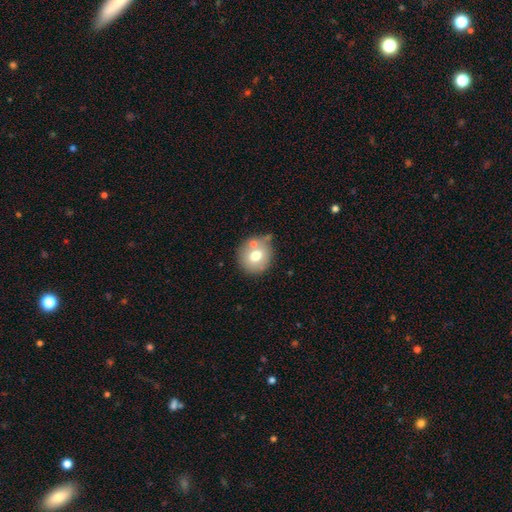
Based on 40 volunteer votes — A smooth galaxy with no disk features (80%) that is round (84%). Merging: none (67%).